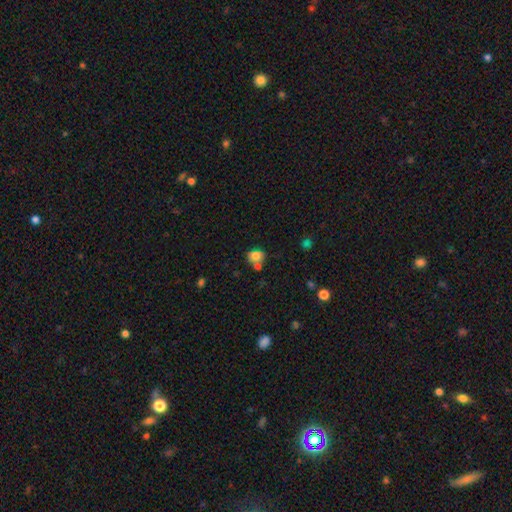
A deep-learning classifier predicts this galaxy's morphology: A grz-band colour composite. It shows a smooth galaxy with no disk features (76%) that is round (59%). Merging: none (53%).